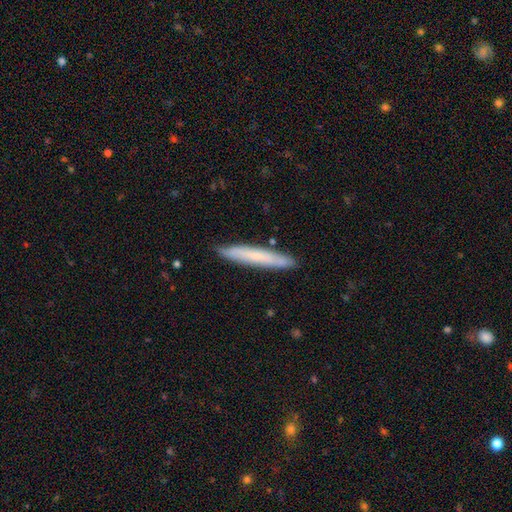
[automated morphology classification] smooth 65%, featured or disk 29%, star or artifact 6%. Down the decision tree: how rounded — cigar-shaped (95%); merging — none (87%).